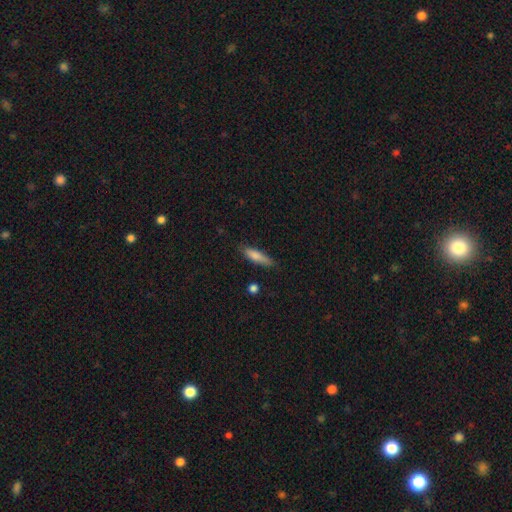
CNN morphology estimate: smooth-or-featured: smooth: 78% | featured or disk: 15% | star or artifact: 6%
  how-rounded: cigar-shaped: 71% | in between: 28% | round: 2%
  merging: none: 76% | minor disturbance: 18% | major disturbance: 3% | merger: 2%